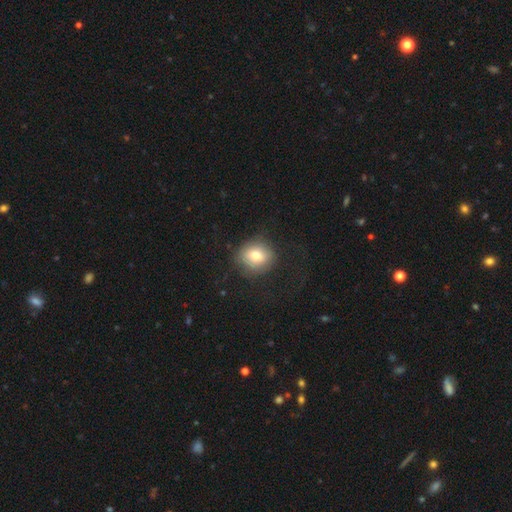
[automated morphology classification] smooth_or_featured: smooth (p=0.75) [alt: featured or disk p=0.15]
how_rounded: round (p=0.78) [alt: in between p=0.21]
merging: none (p=0.76) [alt: minor disturbance p=0.14]